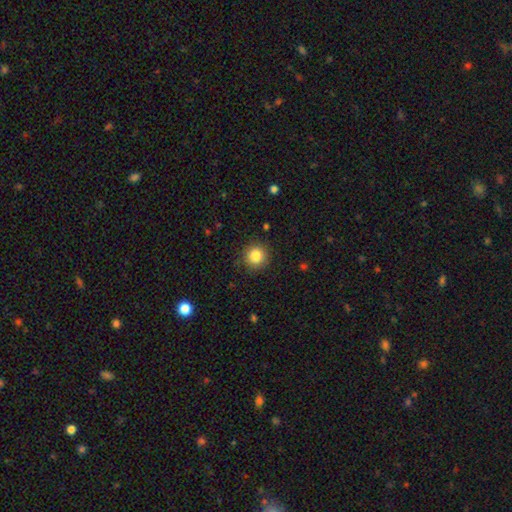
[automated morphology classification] Smooth or featured? Predicted: smooth (p=0.84). How rounded? Predicted: round (p=0.94). Merging? Predicted: none (p=0.89).